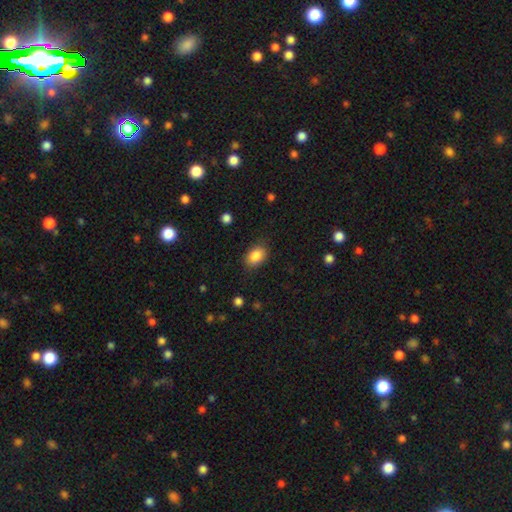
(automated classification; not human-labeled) Smooth or featured: smooth — 87% (star or artifact — 8%)
How rounded: in between — 78% (round — 21%)
Merging: none — 82% (minor disturbance — 13%)